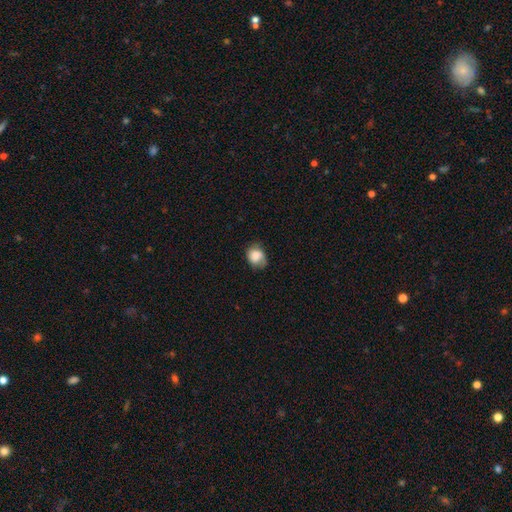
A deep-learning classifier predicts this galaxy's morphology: Smooth or featured?
  - smooth: 79% *
  - featured or disk: 13%
  - star or artifact: 8%
How rounded?
  - round: 51% *
  - in between: 48%
  - cigar-shaped: 1%
Merging?
  - none: 51% *
  - minor disturbance: 35%
  - major disturbance: 13%
  - merger: 2%